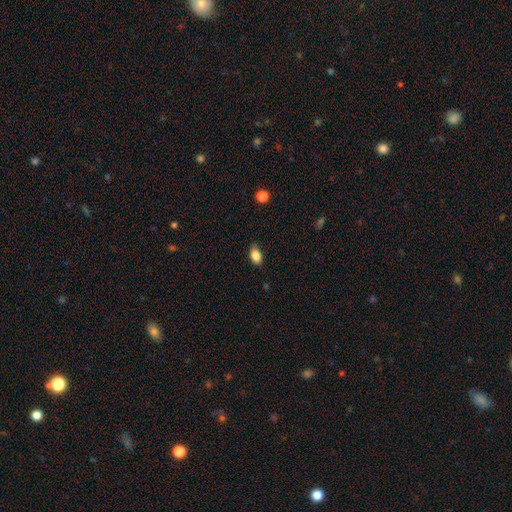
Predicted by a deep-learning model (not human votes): The model was most divided on "merging": none: 77%, minor disturbance: 19%, major disturbance: 3%, merger: 1%. More confident: smooth or featured — smooth (85%); how rounded — in between (85%).